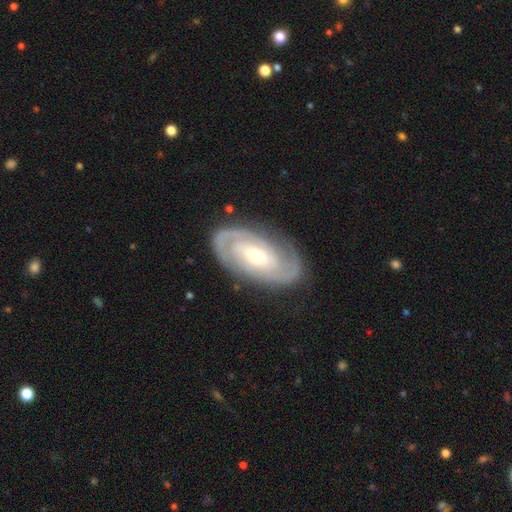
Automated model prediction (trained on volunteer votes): This appears to be a featured or disk galaxy (87%) with no bar (50%), 2 (79%) tight (65%) spiral arms (96%) and a small central bulge (50%). Merging: none (83%).